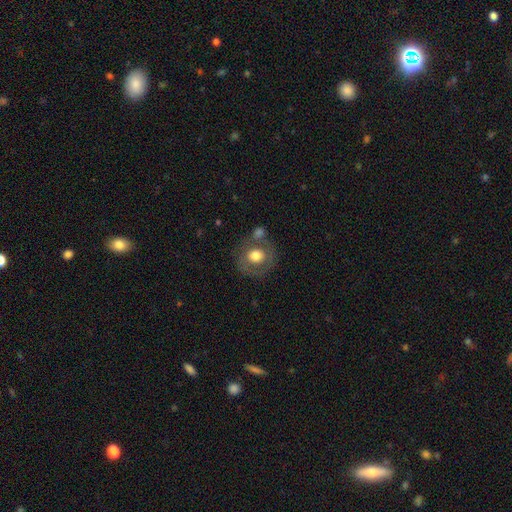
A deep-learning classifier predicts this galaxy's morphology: This appears to be a smooth galaxy with no disk features (58%) that is round (83%). Merging: none (60%).